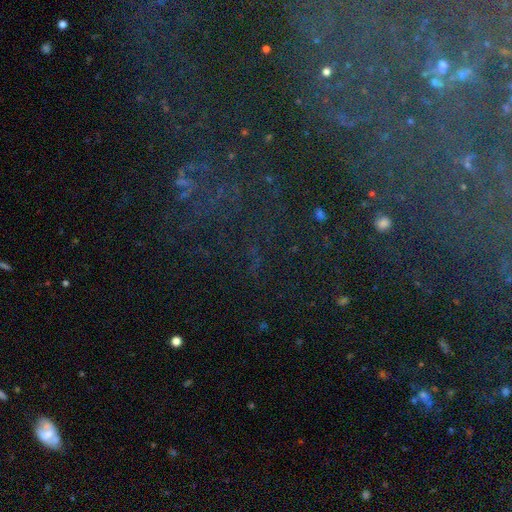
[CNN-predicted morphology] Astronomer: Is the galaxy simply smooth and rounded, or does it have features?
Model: star or artifact — 62%.